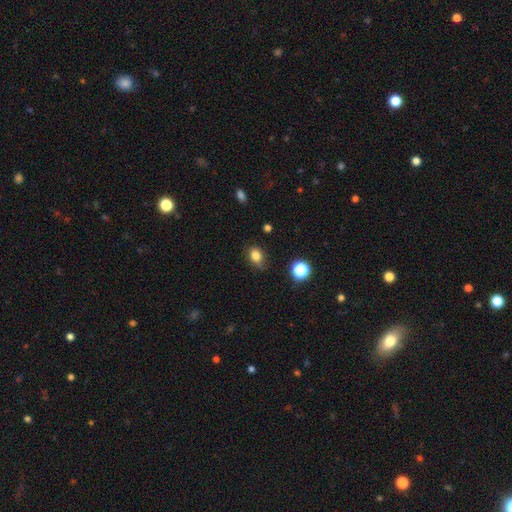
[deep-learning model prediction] smooth-or-featured: smooth: 81% | star or artifact: 12% | featured or disk: 7%
  how-rounded: in between: 61% | round: 38% | cigar-shaped: 1%
  merging: none: 68% | minor disturbance: 24% | major disturbance: 5% | merger: 2%